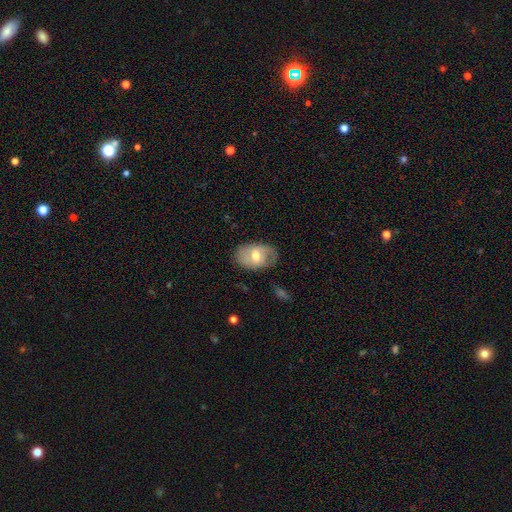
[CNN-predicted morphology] Overall: smooth (52%; featured or disk 41%). How rounded: in between (83%). Merging: none (73%).